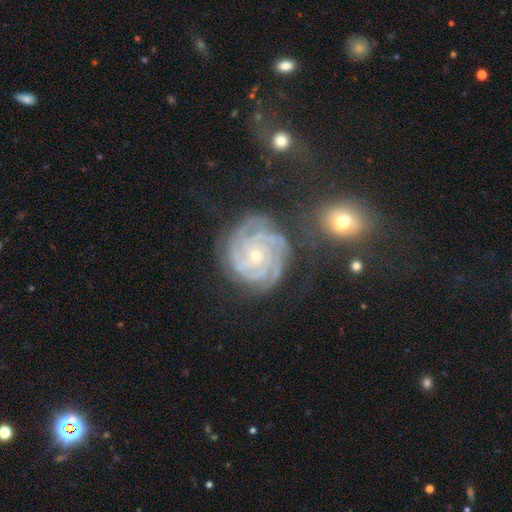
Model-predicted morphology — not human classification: This is clearly a featured or disk galaxy (89%). It is clearly not viewed edge-on (98%). Bar: likely no (72%). Spiral arm pattern: clearly yes (98%). Spiral arm count: marginally 4 (35%). Spiral winding: clearly tight (83%). Central bulge: likely small (74%). Merging: likely none (74%).